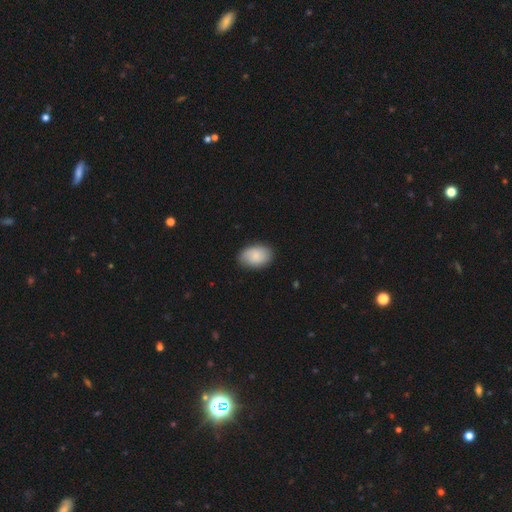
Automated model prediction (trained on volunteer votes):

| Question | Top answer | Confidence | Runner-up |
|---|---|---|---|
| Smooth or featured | smooth | 79% | featured or disk (15%) |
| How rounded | in between | 88% | round (11%) |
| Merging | none | 84% | minor disturbance (12%) |